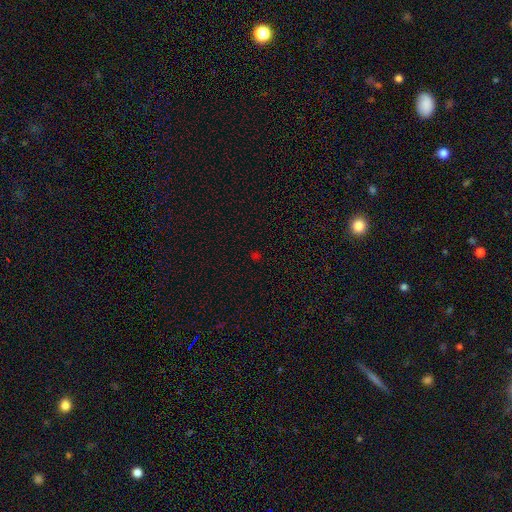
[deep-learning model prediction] This is possibly a star or artifact rather than a galaxy (52%).